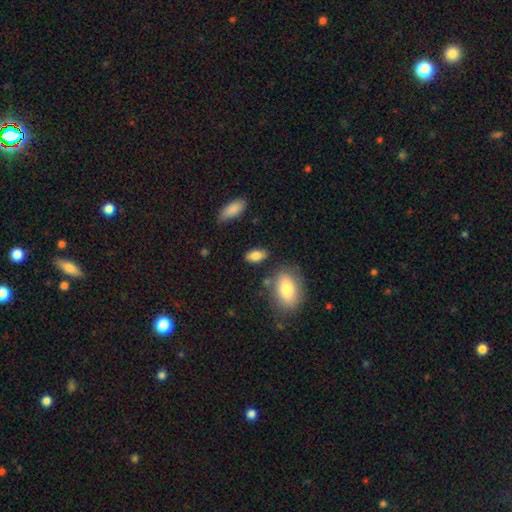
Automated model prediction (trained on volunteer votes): Overall: smooth (82%). How rounded: in between (89%). Merging: none (77%).